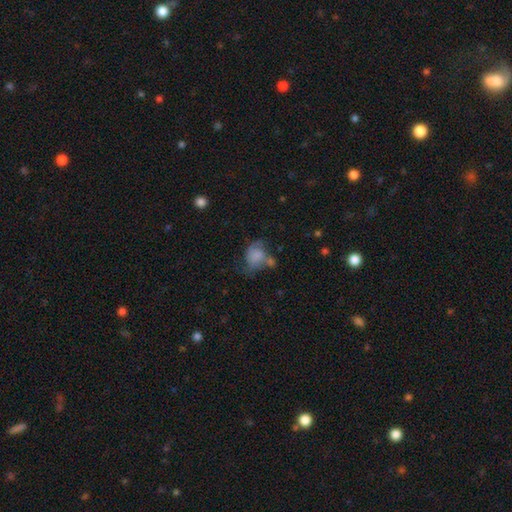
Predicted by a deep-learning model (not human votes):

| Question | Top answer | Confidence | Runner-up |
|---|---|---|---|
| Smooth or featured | smooth | 65% | featured or disk (25%) |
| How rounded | in between | 55% | round (44%) |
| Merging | none | 30% | major disturbance (27%) |